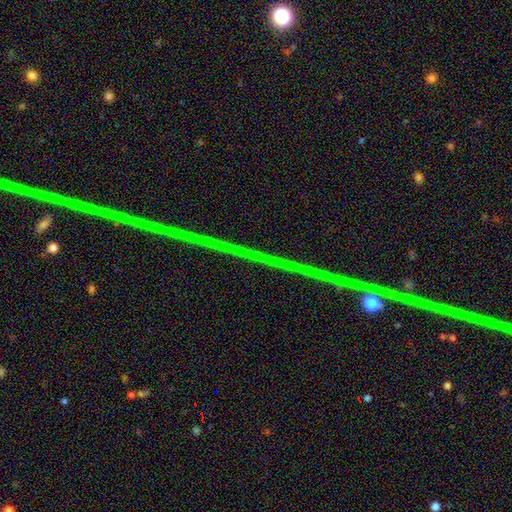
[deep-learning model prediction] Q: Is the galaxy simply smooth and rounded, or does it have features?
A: star or artifact — 77%.